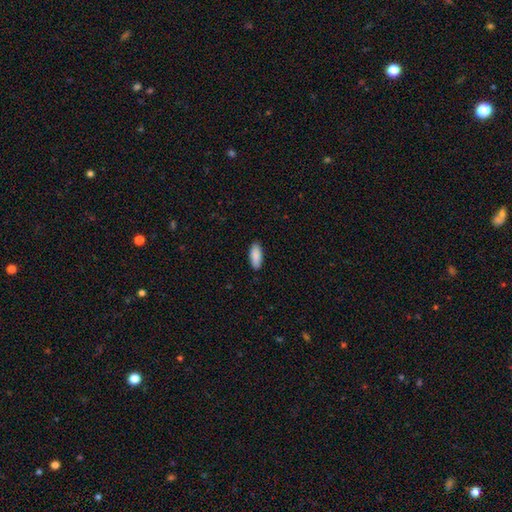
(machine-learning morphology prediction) Q: Smooth or featured?
A: smooth (89%); runner-up: star or artifact (6%)
Q: How rounded?
A: in between (82%); runner-up: cigar-shaped (16%)
Q: Merging?
A: none (88%); runner-up: minor disturbance (9%)